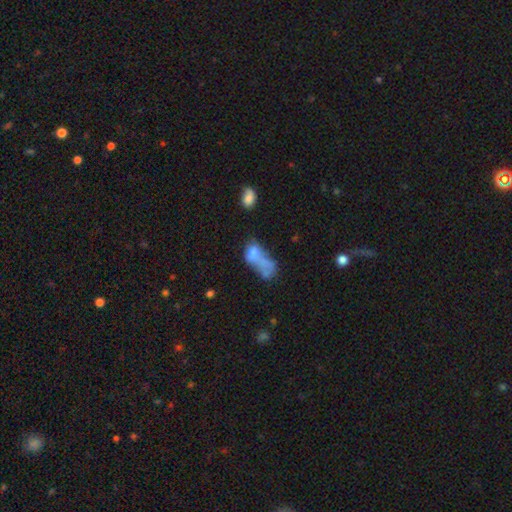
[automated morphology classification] This appears to be a smooth galaxy with no disk features (61%) that is in between round and cigar-shaped (79%). Merging: merger (52%).